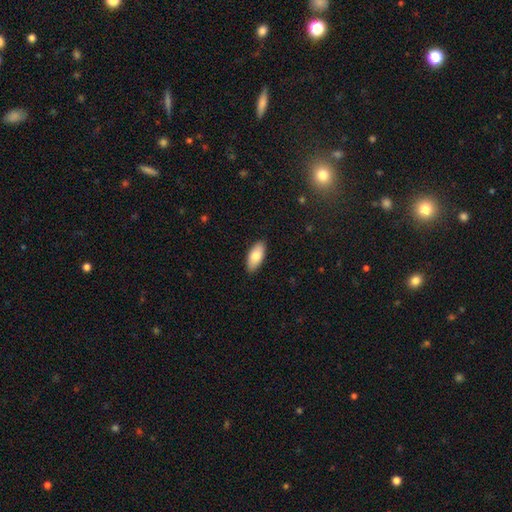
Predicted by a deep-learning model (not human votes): A smooth galaxy with no disk features (81%) that is in between round and cigar-shaped (89%).

Vote fractions:
- Smooth or featured? smooth: 81% / featured or disk: 13% / star or artifact: 6%
- How rounded? in between: 89% / cigar-shaped: 9% / round: 2%
- Merging? none: 89% / minor disturbance: 9% / major disturbance: 2% / merger: 1%